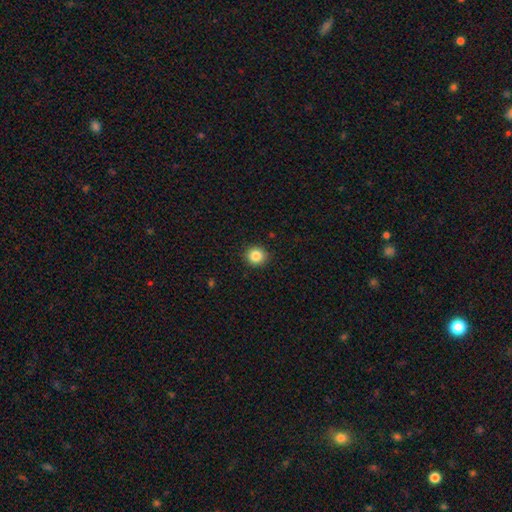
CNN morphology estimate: Smooth or featured? smooth (85%)
How rounded? round (90%)
Merging? none (91%)